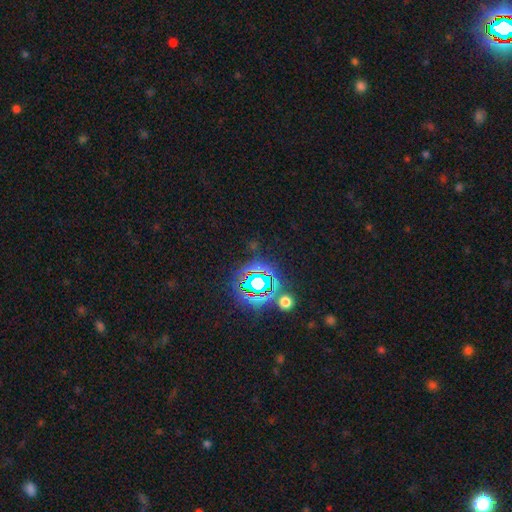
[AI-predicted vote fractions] This is likely a star or artifact rather than a galaxy (79%).